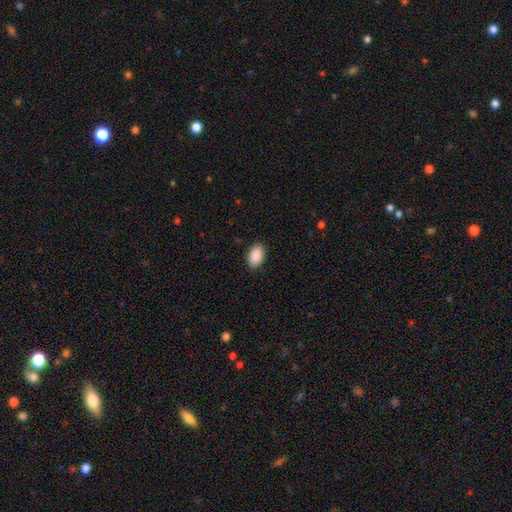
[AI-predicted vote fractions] Smooth or featured?
  - smooth: 90% *
  - star or artifact: 6%
  - featured or disk: 4%
How rounded?
  - in between: 93% *
  - round: 5%
  - cigar-shaped: 1%
Merging?
  - none: 88% *
  - minor disturbance: 9%
  - major disturbance: 2%
  - merger: 1%